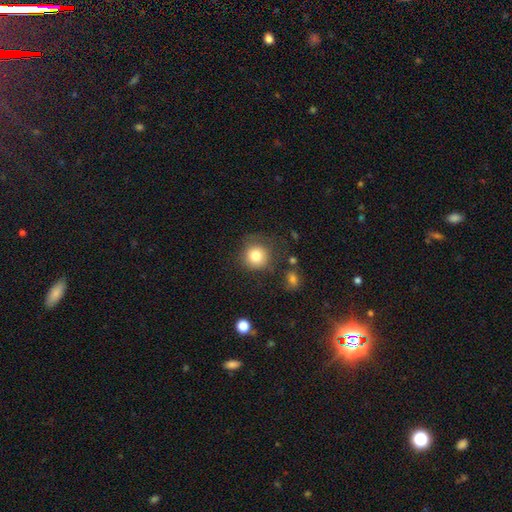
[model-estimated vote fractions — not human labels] smooth-or-featured: smooth: 81% | star or artifact: 10% | featured or disk: 9%
  how-rounded: round: 91% | in between: 8% | cigar-shaped: 1%
  merging: none: 71% | minor disturbance: 17% | major disturbance: 8% | merger: 4%